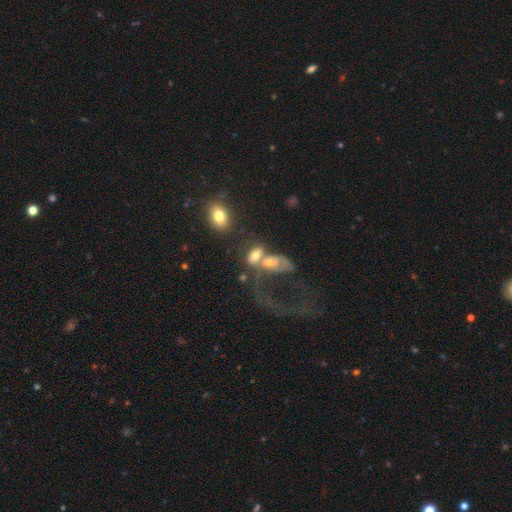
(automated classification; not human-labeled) Q: Smooth or featured?
A: smooth (49%); runner-up: featured or disk (39%)
Q: Merging?
A: merger (59%); runner-up: major disturbance (20%)